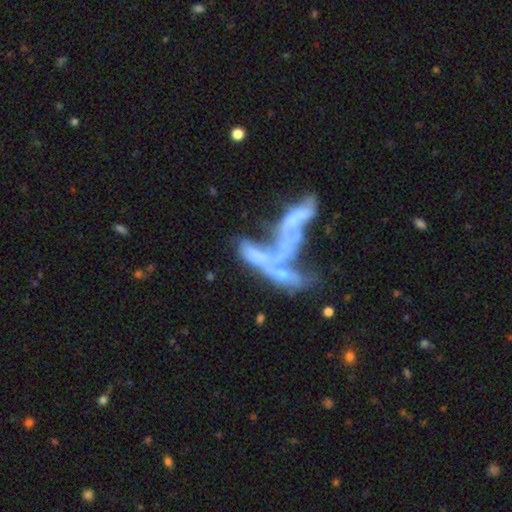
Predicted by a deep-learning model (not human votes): smooth_or_featured: featured or disk (p=0.49) [alt: smooth p=0.37]
merging: merger (p=0.66) [alt: major disturbance p=0.18]